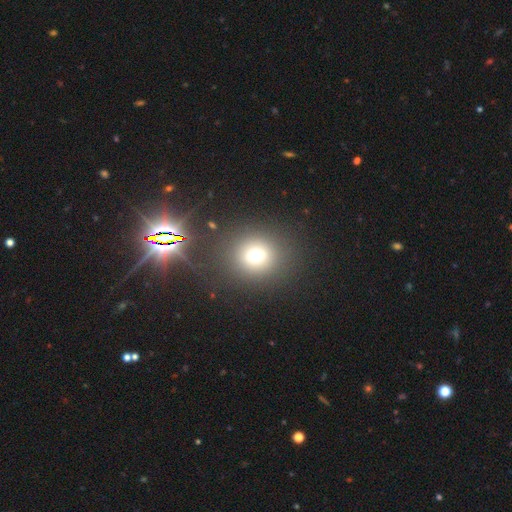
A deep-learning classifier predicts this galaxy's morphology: Smooth or featured? smooth (67%)
How rounded? round (83%)
Merging? none (81%)